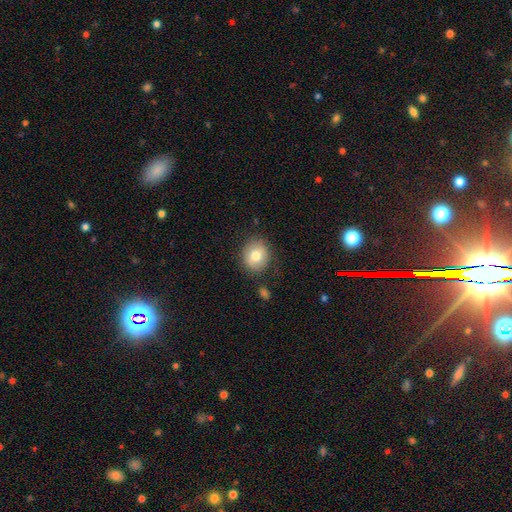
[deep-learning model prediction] A smooth galaxy with no disk features (77%) that is round (75%).

Vote fractions:
- Smooth or featured? smooth: 77% / featured or disk: 15% / star or artifact: 9%
- How rounded? round: 75% / in between: 24% / cigar-shaped: 1%
- Merging? none: 81% / minor disturbance: 13% / major disturbance: 3% / merger: 3%